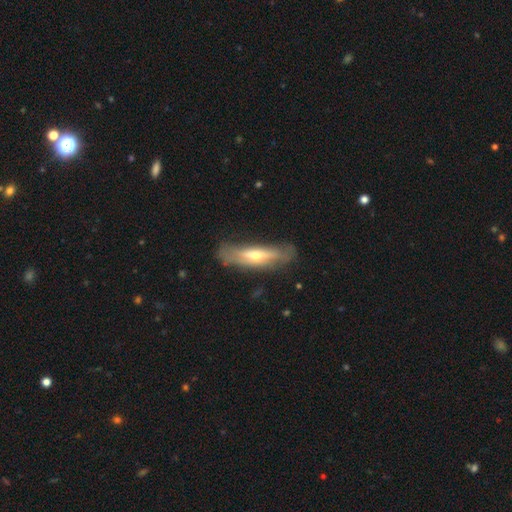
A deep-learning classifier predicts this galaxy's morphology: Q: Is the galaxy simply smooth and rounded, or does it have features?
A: featured or disk — 57%.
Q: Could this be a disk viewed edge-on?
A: yes — 65%.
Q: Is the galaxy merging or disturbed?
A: none — 71%.